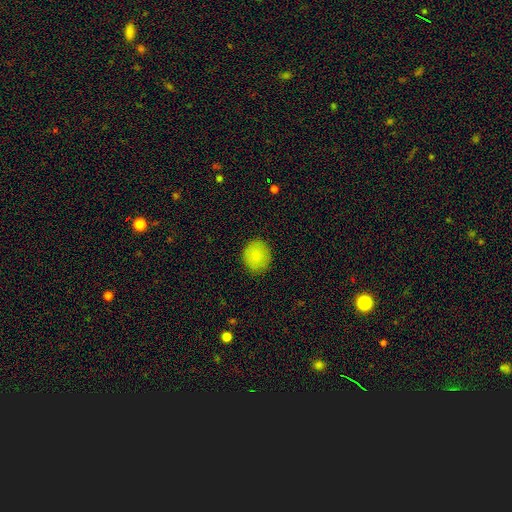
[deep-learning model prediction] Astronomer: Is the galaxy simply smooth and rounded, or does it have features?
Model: smooth — 85%.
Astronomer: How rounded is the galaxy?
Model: round — 76%.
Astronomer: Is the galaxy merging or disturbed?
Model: none — 87%.